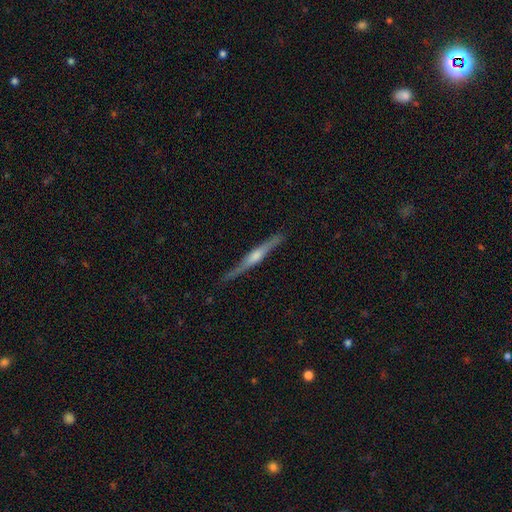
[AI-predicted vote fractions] Smooth or featured: featured or disk — 75% (smooth — 20%)
Edge-on disk: yes — 97% (no — 3%)
Edge-on bulge: rounded — 73% (boxy — 16%)
Merging: none — 85% (minor disturbance — 12%)